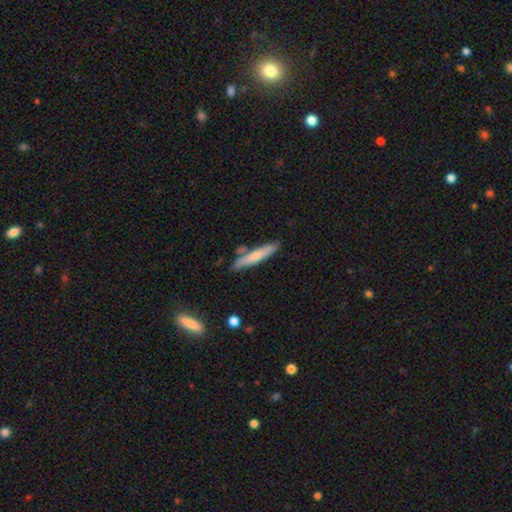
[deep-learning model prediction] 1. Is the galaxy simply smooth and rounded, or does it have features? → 61% smooth, 34% featured or disk, 6% star or artifact.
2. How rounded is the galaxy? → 90% cigar-shaped, 8% in between, 1% round.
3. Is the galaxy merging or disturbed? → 76% none, 14% minor disturbance, 8% merger, 2% major disturbance.